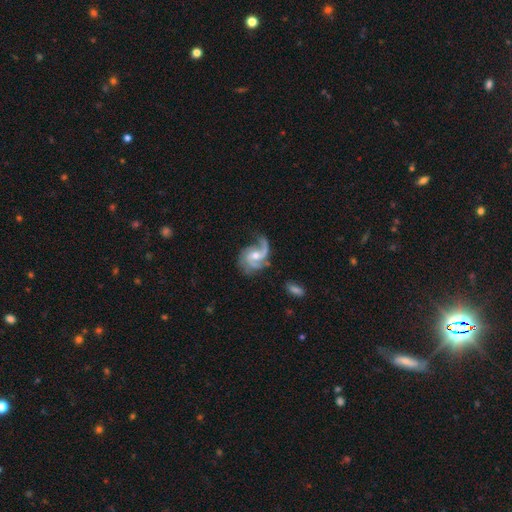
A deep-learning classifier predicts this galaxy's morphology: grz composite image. It shows a featured or disk galaxy (88%) with no bar (54%), 2 (53%) medium (44%) spiral arms (97%) and a moderate central bulge (60%). Merging: none (50%).